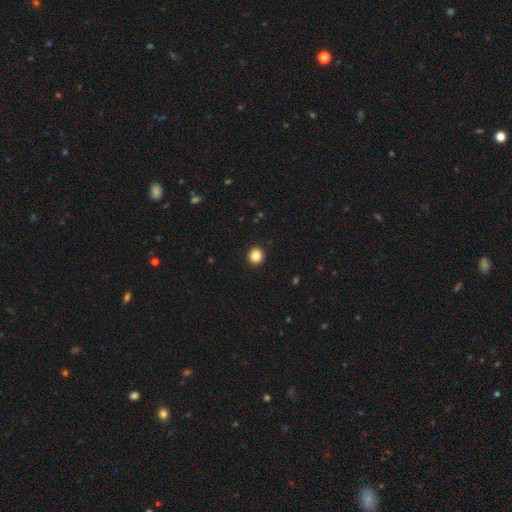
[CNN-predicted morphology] Q: Smooth or featured?
A: smooth (85%); runner-up: star or artifact (10%)
Q: How rounded?
A: round (91%); runner-up: in between (8%)
Q: Merging?
A: none (94%); runner-up: minor disturbance (4%)